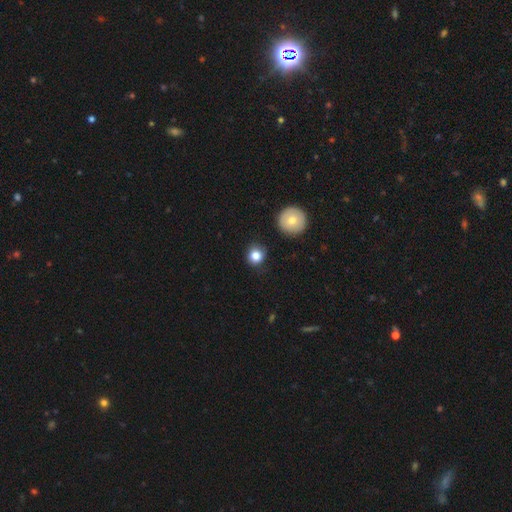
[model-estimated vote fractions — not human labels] Smooth or featured?
  - smooth: 82% *
  - star or artifact: 11%
  - featured or disk: 7%
How rounded?
  - round: 90% *
  - in between: 9%
  - cigar-shaped: 1%
Merging?
  - none: 86% *
  - minor disturbance: 9%
  - major disturbance: 3%
  - merger: 2%